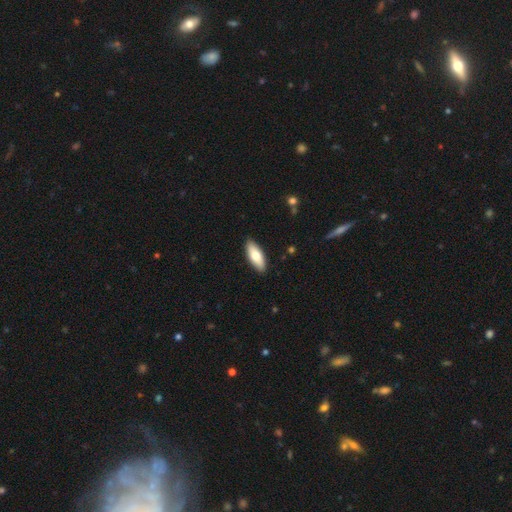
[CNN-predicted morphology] Smooth or featured: smooth — 76% (featured or disk — 19%)
How rounded: in between — 72% (cigar-shaped — 26%)
Merging: none — 90% (minor disturbance — 8%)